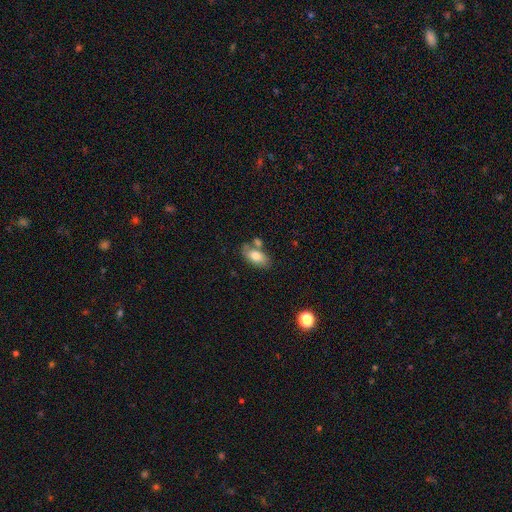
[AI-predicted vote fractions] Smooth or featured? Predicted: smooth (p=0.77). How rounded? Predicted: in between (p=0.91). Merging? Predicted: none (p=0.60).